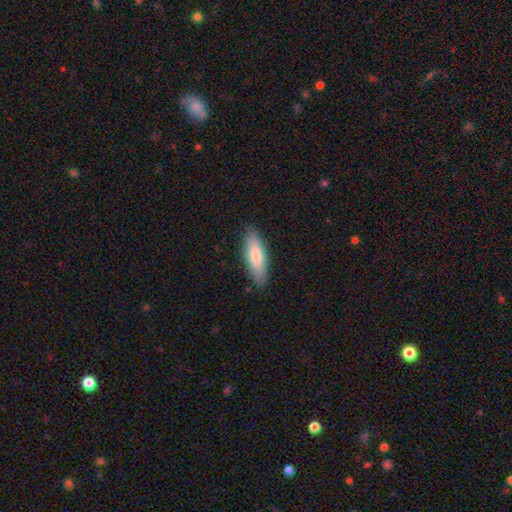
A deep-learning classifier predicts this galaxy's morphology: This is likely a smooth galaxy (79%). How rounded: possibly in between (54%). Merging: clearly none (86%).